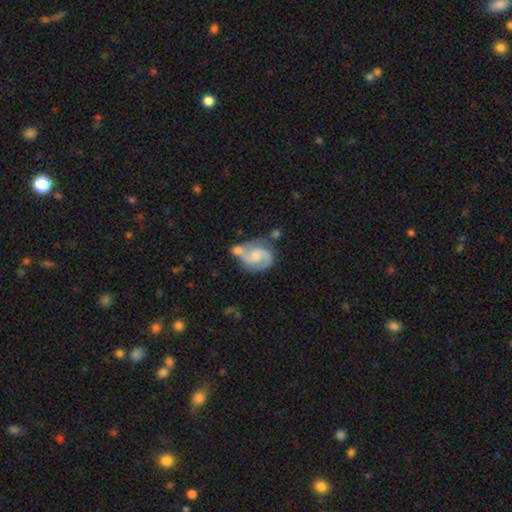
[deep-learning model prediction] A featured or disk galaxy (81%) with no bar (52%), 2 (89%) medium (54%) spiral arms (96%) and a small central bulge (33%).

Vote fractions:
- Smooth or featured? featured or disk: 81% / smooth: 13% / star or artifact: 6%
- Edge-on disk? no: 98% / yes: 2%
- Bar? no: 52% / weak: 40% / strong: 8%
- Spiral arms? yes: 96% / no: 4%
- Spiral winding? medium: 54% / tight: 23% / loose: 23%
- Spiral arm count? 2: 89% / can't tell: 4% / 1: 3% / 3: 2% / 4: 1% / more than 4: 1%
- Bulge size? small: 33% / none: 31% / moderate: 27% / large: 6% / dominant: 2%
- Merging? none: 42% / merger: 30% / minor disturbance: 18% / major disturbance: 9%